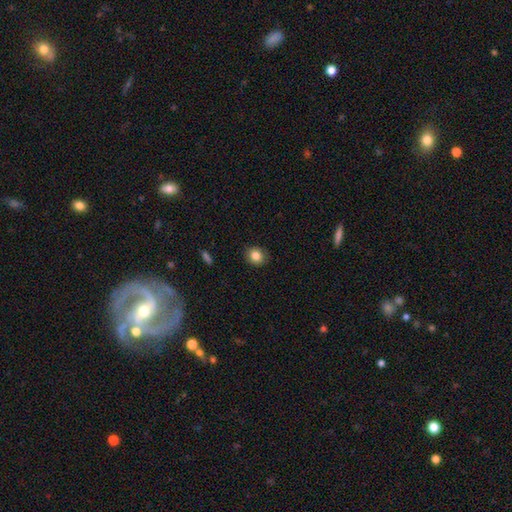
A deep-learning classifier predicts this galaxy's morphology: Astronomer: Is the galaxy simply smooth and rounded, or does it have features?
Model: smooth — 83%.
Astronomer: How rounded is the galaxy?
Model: round — 75%.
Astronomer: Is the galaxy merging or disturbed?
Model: none — 88%.